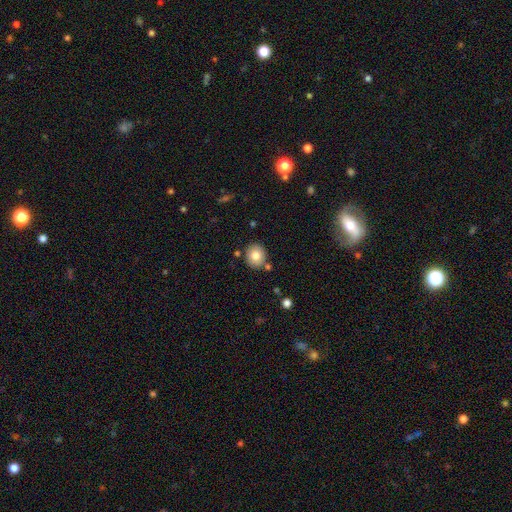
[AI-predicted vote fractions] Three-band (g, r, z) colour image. It shows a smooth galaxy with no disk features (79%) that is round (78%). Merging: none (82%).